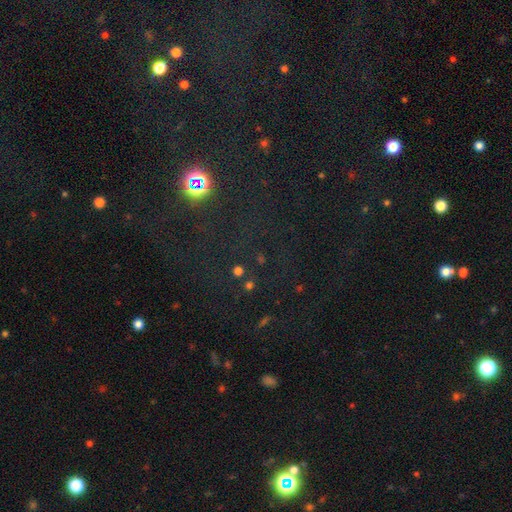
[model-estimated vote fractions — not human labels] smooth-or-featured: star or artifact: 71% | smooth: 20% | featured or disk: 9%